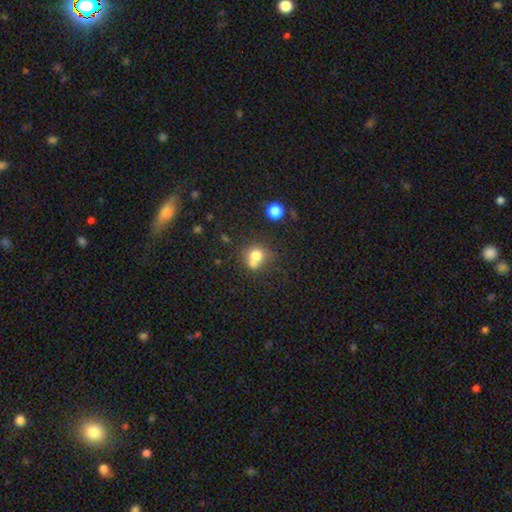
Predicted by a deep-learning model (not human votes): smooth-or-featured: smooth: 73% | featured or disk: 14% | star or artifact: 13%
  how-rounded: round: 78% | in between: 21% | cigar-shaped: 1%
  merging: merger: 42% | none: 40% | minor disturbance: 12% | major disturbance: 6%